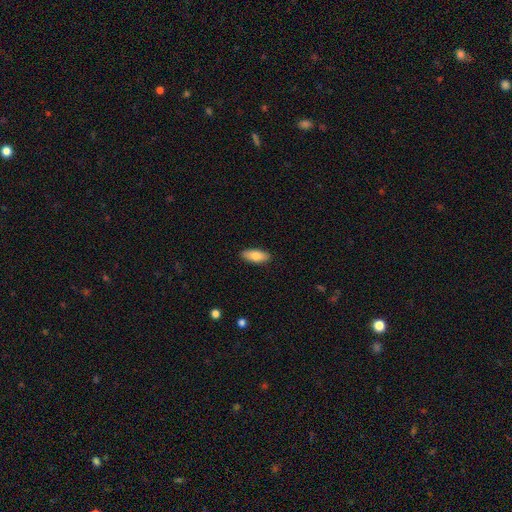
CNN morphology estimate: smooth_or_featured: smooth (p=0.81) [alt: featured or disk p=0.13]
how_rounded: in between (p=0.84) [alt: cigar-shaped p=0.14]
merging: none (p=0.89) [alt: minor disturbance p=0.08]